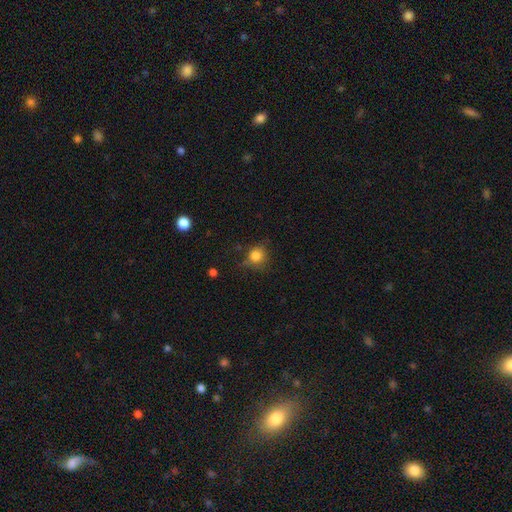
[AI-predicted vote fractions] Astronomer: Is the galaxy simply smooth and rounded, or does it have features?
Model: smooth — 81%.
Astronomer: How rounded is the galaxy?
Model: round — 86%.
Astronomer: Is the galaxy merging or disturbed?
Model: none — 66%.